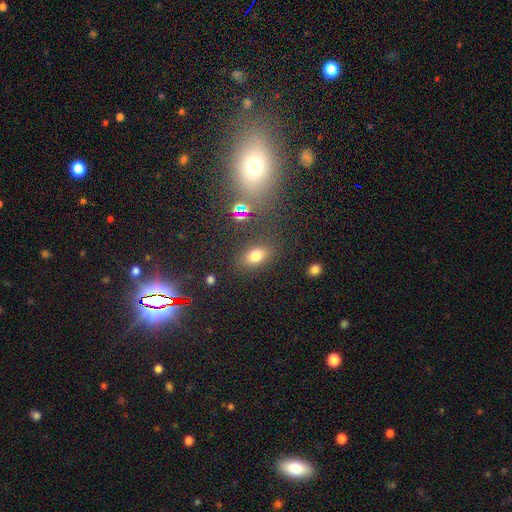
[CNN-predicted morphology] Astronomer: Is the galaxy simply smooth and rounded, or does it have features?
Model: smooth — 75%.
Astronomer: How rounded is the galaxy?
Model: in between — 81%.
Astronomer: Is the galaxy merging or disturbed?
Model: none — 82%.